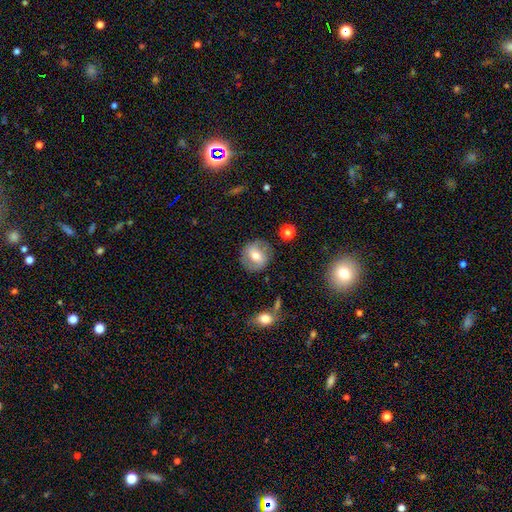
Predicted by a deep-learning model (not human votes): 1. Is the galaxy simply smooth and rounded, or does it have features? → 49% smooth, 43% featured or disk, 8% star or artifact.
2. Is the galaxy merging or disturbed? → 81% none, 12% minor disturbance, 4% major disturbance, 2% merger.